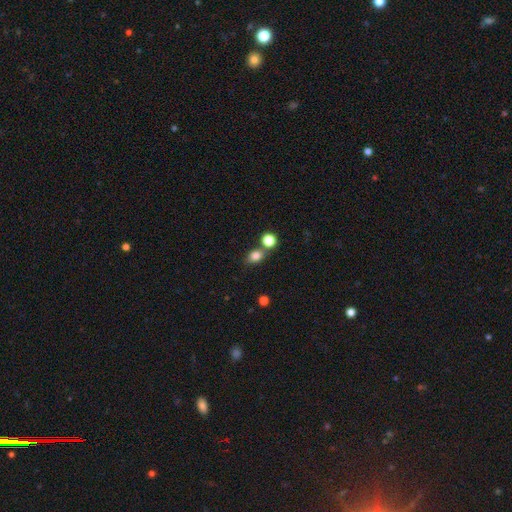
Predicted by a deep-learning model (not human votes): This appears to be a smooth galaxy with no disk features (81%) that is in between round and cigar-shaped (60%). Merging: none (62%).